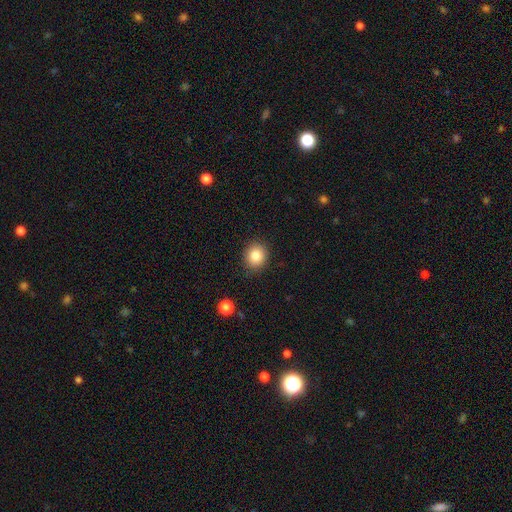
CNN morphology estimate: Overall: smooth (84%). How rounded: round (82%). Merging: none (89%).